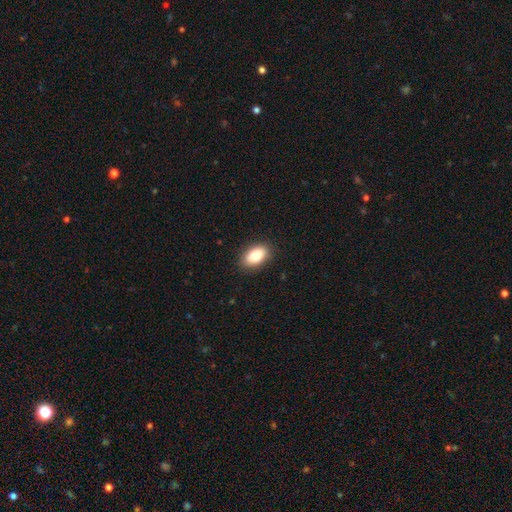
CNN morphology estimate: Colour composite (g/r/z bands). It shows a smooth galaxy with no disk features (87%) that is in between round and cigar-shaped (92%). Merging: none (87%).